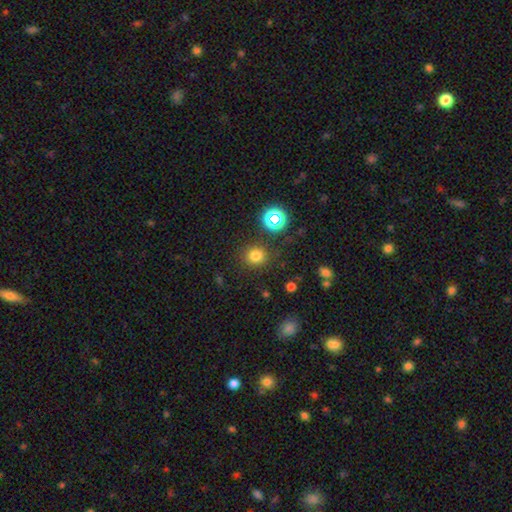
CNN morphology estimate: The model was most divided on "smooth or featured": smooth: 75%, star or artifact: 19%, featured or disk: 6%. More confident: how rounded — round (86%); merging — none (84%).